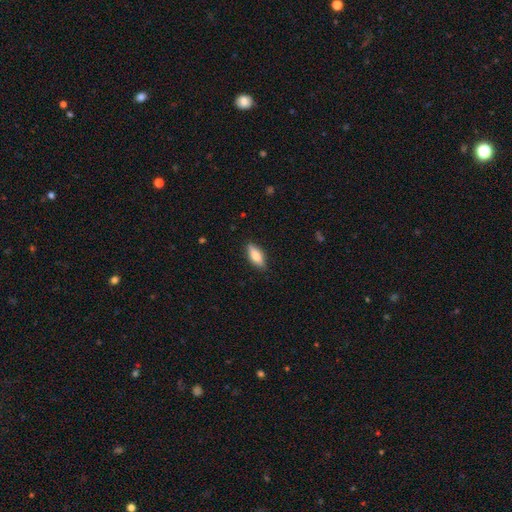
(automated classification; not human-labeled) A smooth galaxy with no disk features (73%) that is in between round and cigar-shaped (74%). Merging: none (86%).